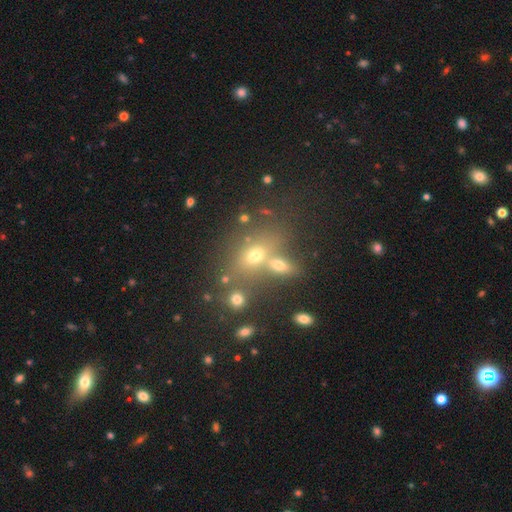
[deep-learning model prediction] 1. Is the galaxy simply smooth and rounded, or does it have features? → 58% smooth, 22% featured or disk, 20% star or artifact.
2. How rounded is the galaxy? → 64% in between, 30% round, 5% cigar-shaped.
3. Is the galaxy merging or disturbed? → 43% none, 40% merger, 10% minor disturbance, 6% major disturbance.